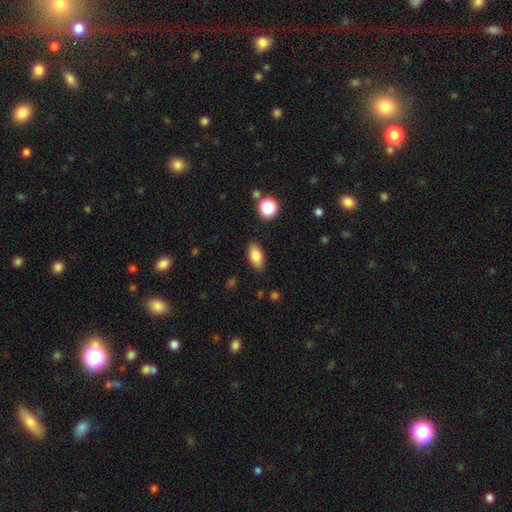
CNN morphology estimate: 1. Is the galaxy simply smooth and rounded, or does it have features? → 83% smooth, 8% featured or disk, 8% star or artifact.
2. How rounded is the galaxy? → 89% in between, 6% cigar-shaped, 5% round.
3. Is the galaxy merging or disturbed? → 86% none, 10% minor disturbance, 3% major disturbance, 2% merger.